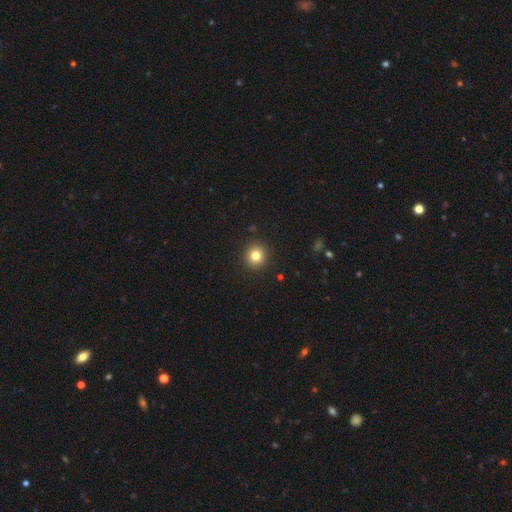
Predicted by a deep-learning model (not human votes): This is clearly a smooth galaxy (81%). How rounded: clearly round (93%). Merging: clearly none (92%).